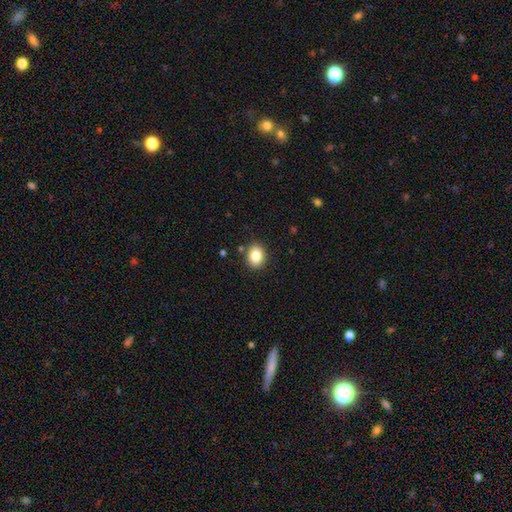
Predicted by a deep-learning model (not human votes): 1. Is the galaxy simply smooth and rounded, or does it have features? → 85% smooth, 9% star or artifact, 6% featured or disk.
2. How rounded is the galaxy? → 54% in between, 45% round, 1% cigar-shaped.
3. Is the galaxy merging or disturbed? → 87% none, 9% minor disturbance, 2% major disturbance, 2% merger.